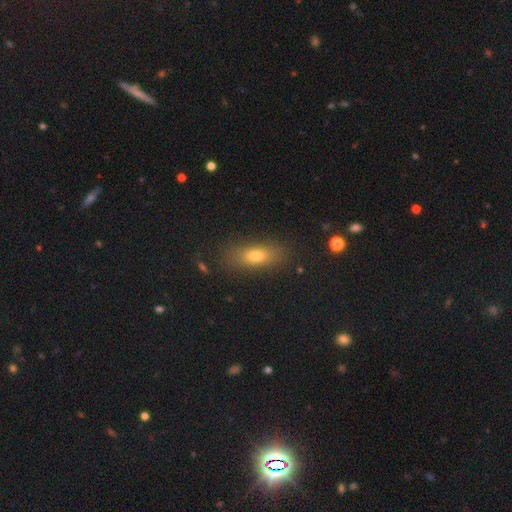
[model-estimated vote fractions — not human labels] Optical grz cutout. It shows a smooth galaxy with no disk features (73%) that is in between round and cigar-shaped (68%). Merging: none (83%).